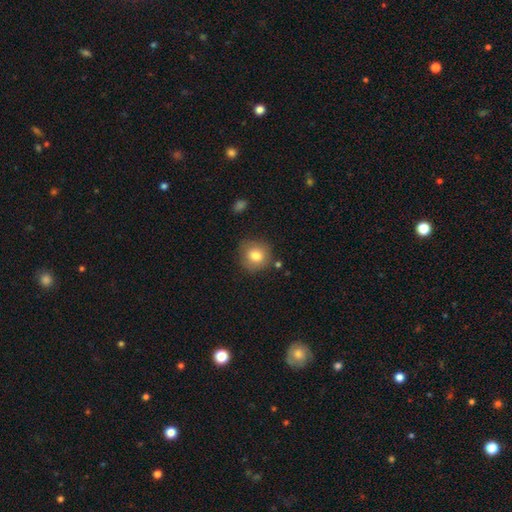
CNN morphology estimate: Smooth or featured?
  - smooth: 80% *
  - featured or disk: 10%
  - star or artifact: 9%
How rounded?
  - round: 87% *
  - in between: 12%
  - cigar-shaped: 1%
Merging?
  - none: 79% *
  - minor disturbance: 14%
  - major disturbance: 4%
  - merger: 4%